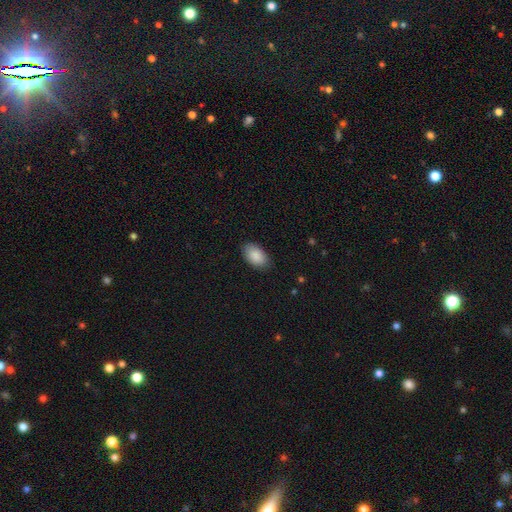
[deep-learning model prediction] smooth 89%, star or artifact 6%, featured or disk 5%. Down the decision tree: how rounded — in between (94%); merging — none (86%).